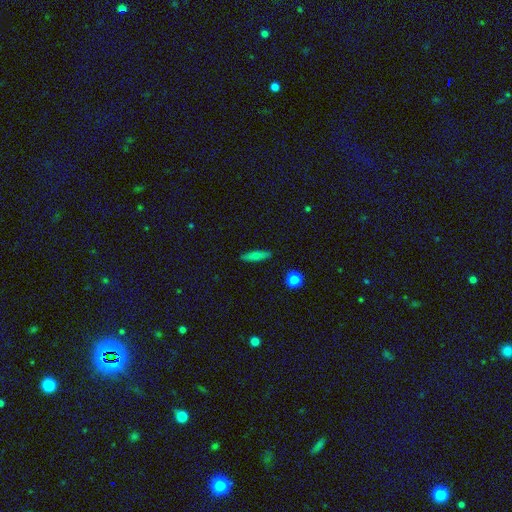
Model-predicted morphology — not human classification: Smooth or featured: smooth — 74% (featured or disk — 18%)
How rounded: cigar-shaped — 72% (in between — 25%)
Merging: none — 87% (minor disturbance — 10%)